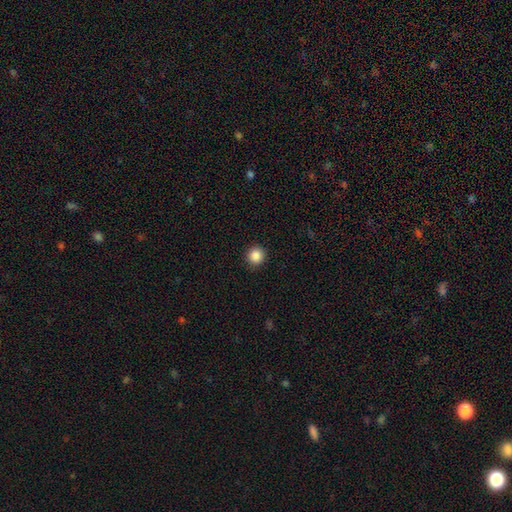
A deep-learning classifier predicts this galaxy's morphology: smooth 87%, star or artifact 10%, featured or disk 3%. Down the decision tree: how rounded — round (95%); merging — none (92%).